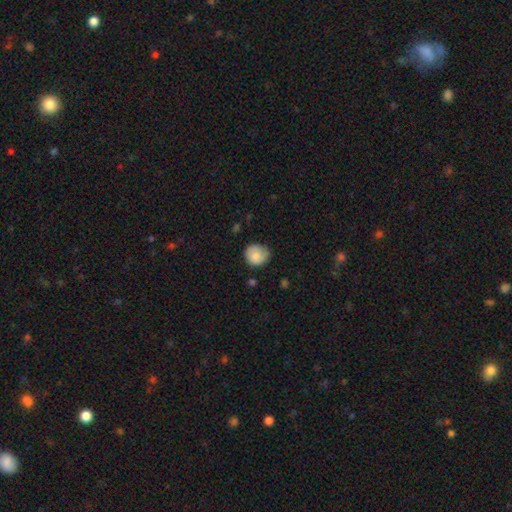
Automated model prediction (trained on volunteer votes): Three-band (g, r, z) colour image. It shows a smooth galaxy with no disk features (82%) that is round (80%). Merging: none (65%).